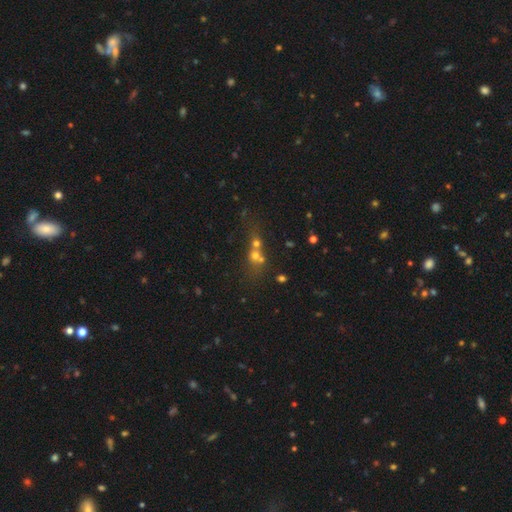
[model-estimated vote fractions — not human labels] Smooth or featured?
  - smooth: 51% *
  - featured or disk: 25%
  - star or artifact: 24%
How rounded?
  - round: 71% *
  - in between: 24%
  - cigar-shaped: 5%
Merging?
  - merger: 59% *
  - none: 28%
  - minor disturbance: 7%
  - major disturbance: 6%